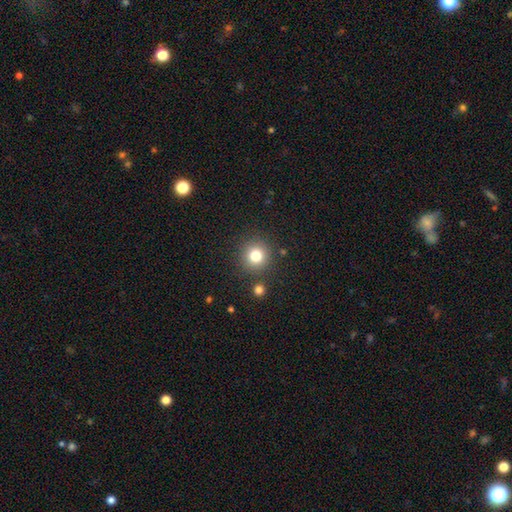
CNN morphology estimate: smooth-or-featured: smooth: 79% | star or artifact: 13% | featured or disk: 7%
  how-rounded: round: 94% | in between: 5% | cigar-shaped: 1%
  merging: none: 87% | minor disturbance: 7% | merger: 4% | major disturbance: 3%